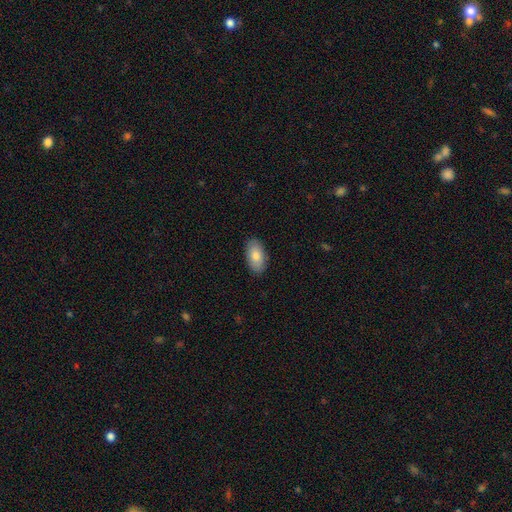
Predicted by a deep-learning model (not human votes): Smooth or featured?
  - smooth: 80% *
  - featured or disk: 13%
  - star or artifact: 6%
How rounded?
  - in between: 94% *
  - round: 4%
  - cigar-shaped: 2%
Merging?
  - none: 88% *
  - minor disturbance: 9%
  - major disturbance: 2%
  - merger: 1%